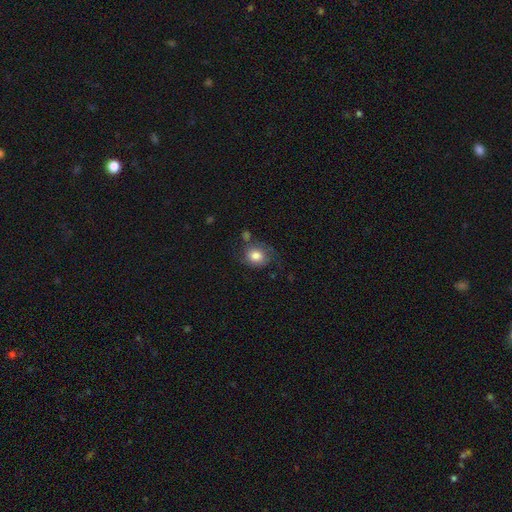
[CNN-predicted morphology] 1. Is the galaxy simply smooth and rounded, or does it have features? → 77% smooth, 15% featured or disk, 8% star or artifact.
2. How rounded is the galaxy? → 68% round, 31% in between, 1% cigar-shaped.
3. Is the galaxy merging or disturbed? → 55% none, 25% minor disturbance, 12% major disturbance, 7% merger.